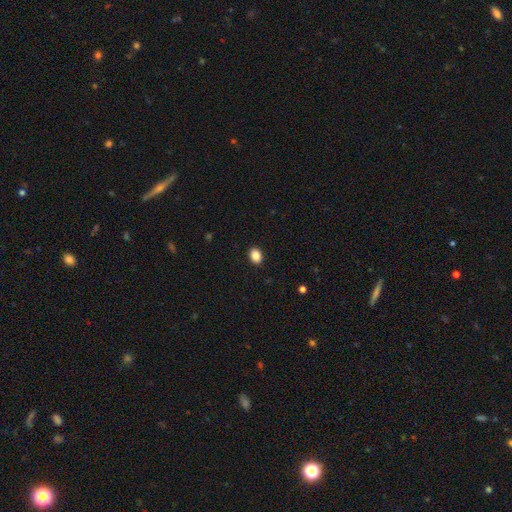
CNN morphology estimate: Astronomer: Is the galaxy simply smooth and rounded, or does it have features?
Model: smooth — 87%.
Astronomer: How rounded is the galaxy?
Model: in between — 65%.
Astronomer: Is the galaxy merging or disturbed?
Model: none — 91%.